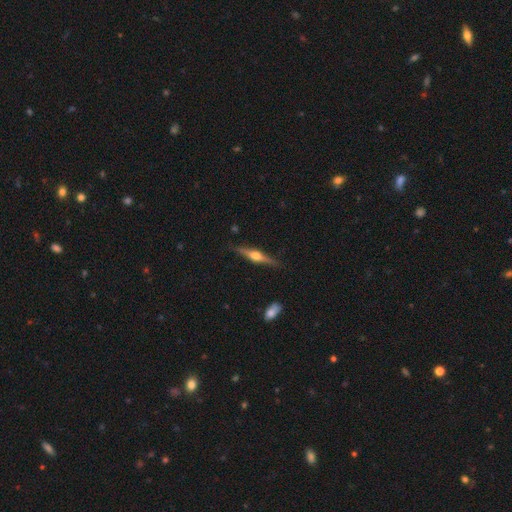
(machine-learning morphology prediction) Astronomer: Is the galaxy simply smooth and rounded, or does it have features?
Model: featured or disk — 75%.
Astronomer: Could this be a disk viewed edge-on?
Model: yes — 98%.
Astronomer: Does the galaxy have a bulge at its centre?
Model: rounded — 94%.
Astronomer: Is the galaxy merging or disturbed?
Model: none — 87%.